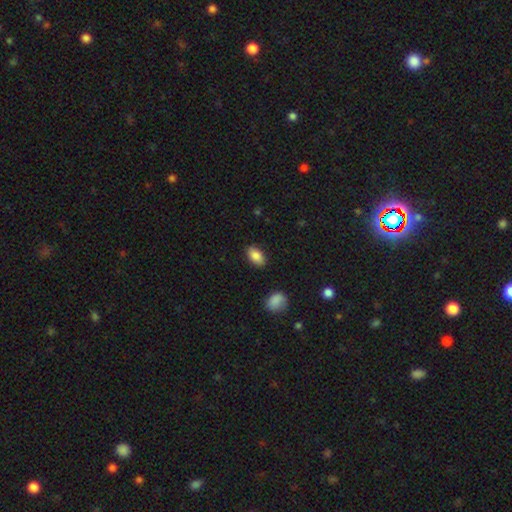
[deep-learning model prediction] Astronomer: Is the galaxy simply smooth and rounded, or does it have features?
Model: smooth — 87%.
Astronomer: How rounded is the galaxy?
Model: in between — 92%.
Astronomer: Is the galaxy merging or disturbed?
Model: none — 85%.